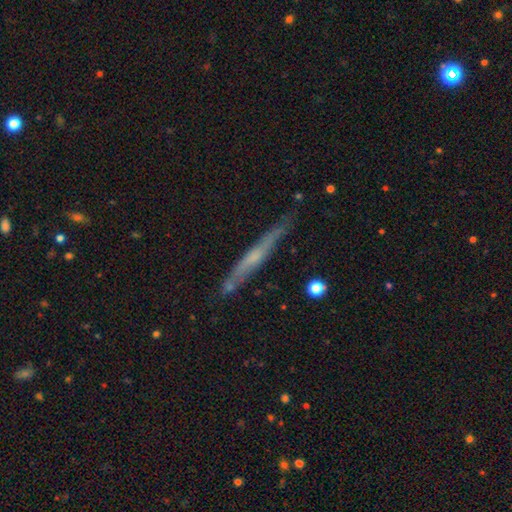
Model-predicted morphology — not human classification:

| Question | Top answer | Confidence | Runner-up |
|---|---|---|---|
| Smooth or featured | featured or disk | 60% | smooth (33%) |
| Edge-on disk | yes | 93% | no (7%) |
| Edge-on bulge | none | 55% | rounded (37%) |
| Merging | none | 80% | minor disturbance (15%) |